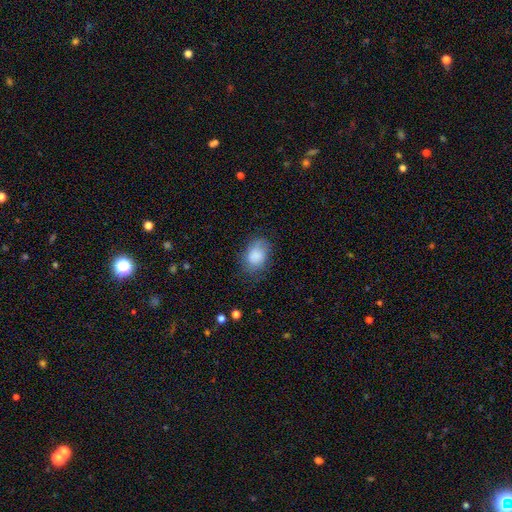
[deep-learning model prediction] smooth 82%, featured or disk 10%, star or artifact 8%. Down the decision tree: how rounded — in between (76%); merging — none (63%).